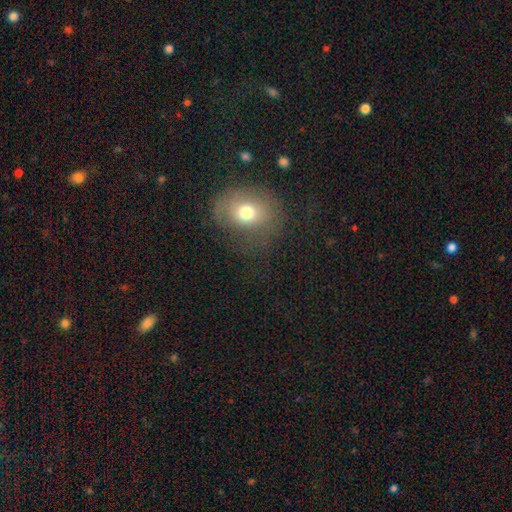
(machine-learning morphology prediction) The model was most divided on "how rounded": round: 58%, in between: 41%, cigar-shaped: 1%. More confident: merging — none (70%); smooth or featured — smooth (60%).